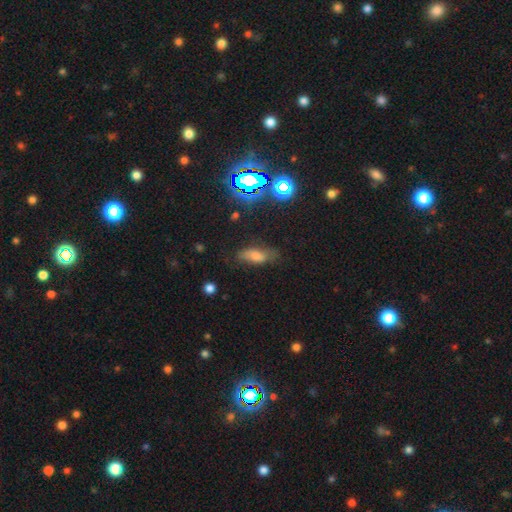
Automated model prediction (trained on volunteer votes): Smooth or featured? Predicted: smooth (p=0.61). How rounded? Predicted: in between (p=0.70). Merging? Predicted: none (p=0.70).